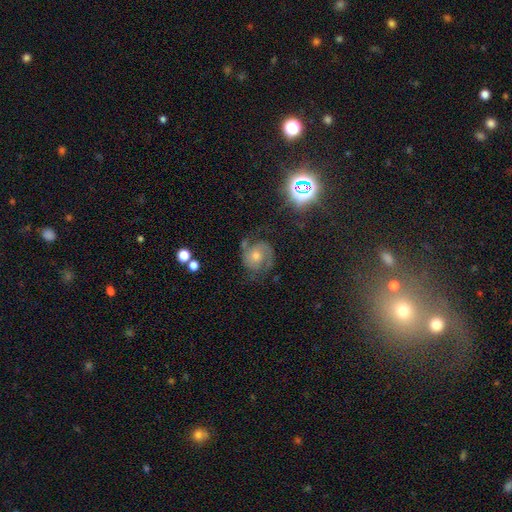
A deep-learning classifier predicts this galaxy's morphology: featured or disk 73%, star or artifact 16%, smooth 11%. Down the decision tree: edge-on disk — no (98%); bar — no (68%); spiral arms — yes (95%); spiral arm count — 2 (76%); spiral winding — medium (46%); bulge size — moderate (58%); merging — none (70%).